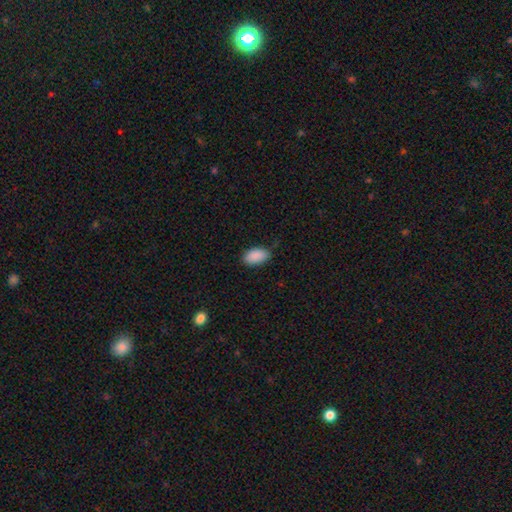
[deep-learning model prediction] This is clearly a smooth galaxy (91%). How rounded: clearly in between (95%). Merging: clearly none (81%).